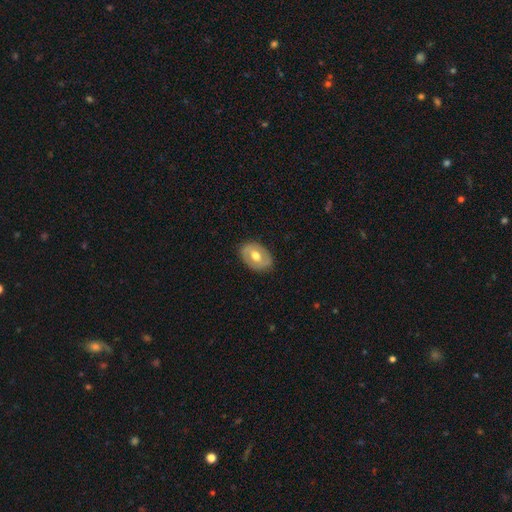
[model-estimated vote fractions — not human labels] A featured or disk galaxy (50%).

Vote fractions:
- Smooth or featured? featured or disk: 50% / smooth: 45% / star or artifact: 5%
- Merging? none: 84% / minor disturbance: 12% / major disturbance: 3% / merger: 1%